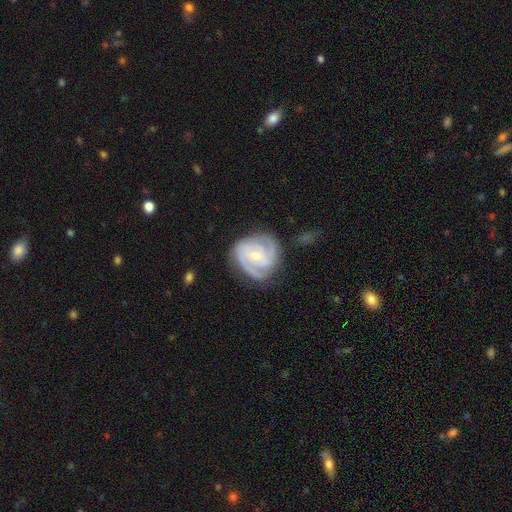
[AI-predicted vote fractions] Smooth or featured: featured or disk — 88% (smooth — 8%)
Edge-on disk: no — 98% (yes — 2%)
Bar: no — 49% (weak — 39%)
Spiral arms: yes — 97% (no — 3%)
Spiral winding: tight — 61% (medium — 34%)
Spiral arm count: 2 — 40% (3 — 39%)
Bulge size: small — 60% (moderate — 37%)
Merging: none — 76% (minor disturbance — 17%)